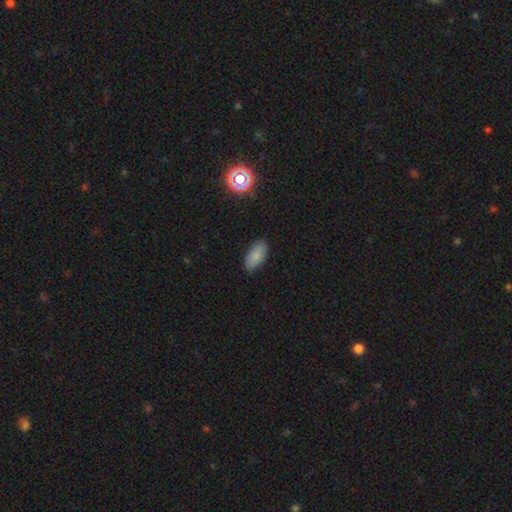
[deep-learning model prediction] smooth_or_featured: smooth (p=0.86) [alt: star or artifact p=0.08]
how_rounded: in between (p=0.91) [alt: cigar-shaped p=0.07]
merging: none (p=0.87) [alt: minor disturbance p=0.10]